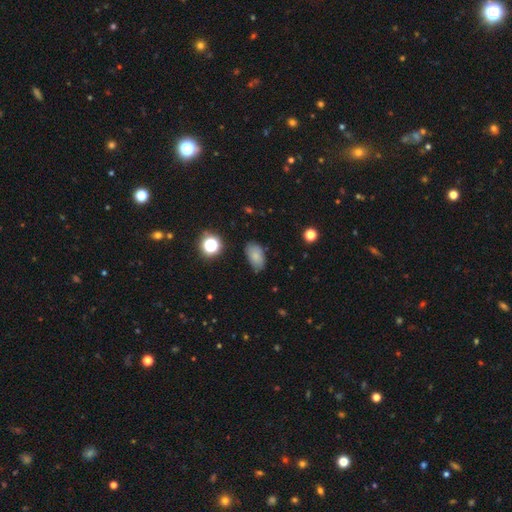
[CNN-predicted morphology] Smooth or featured? smooth (79%)
How rounded? in between (90%)
Merging? none (75%)